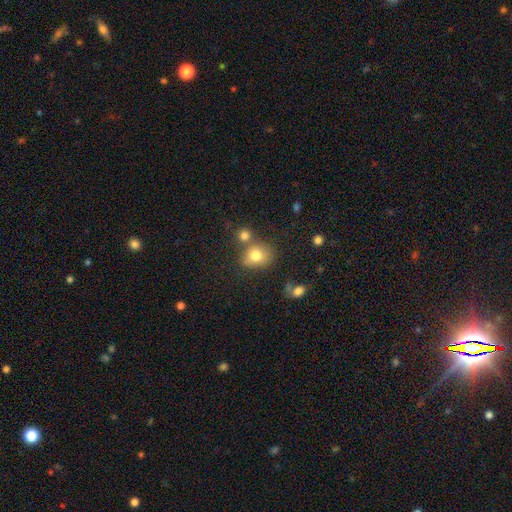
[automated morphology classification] smooth-or-featured: smooth: 77% | featured or disk: 12% | star or artifact: 11%
  how-rounded: round: 55% | in between: 44% | cigar-shaped: 1%
  merging: none: 55% | merger: 24% | minor disturbance: 15% | major disturbance: 6%